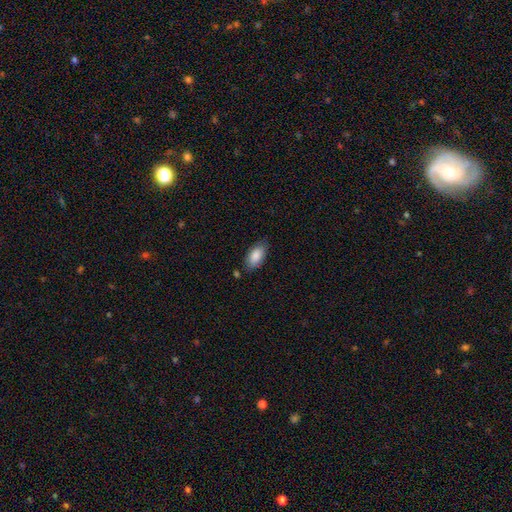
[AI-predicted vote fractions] This is clearly a smooth galaxy (86%). How rounded: clearly in between (92%). Merging: likely none (77%).